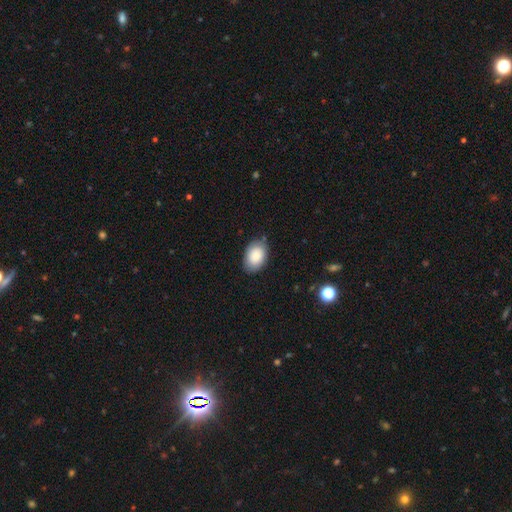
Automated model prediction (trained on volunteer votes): Overall: smooth (85%). How rounded: in between (87%). Merging: none (81%).